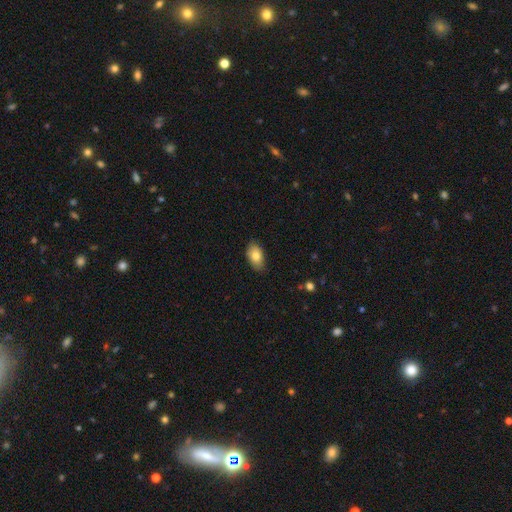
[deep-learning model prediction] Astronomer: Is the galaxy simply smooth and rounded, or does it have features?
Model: smooth — 79%.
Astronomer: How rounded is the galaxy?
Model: in between — 91%.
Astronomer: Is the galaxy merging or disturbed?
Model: none — 83%.